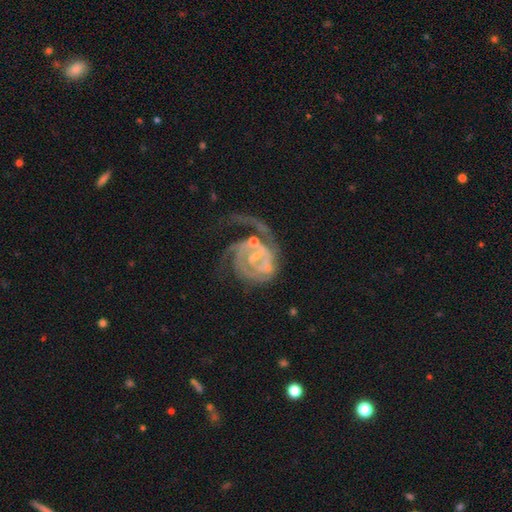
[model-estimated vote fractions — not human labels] This is clearly a featured or disk galaxy (87%). It is clearly not viewed edge-on (98%). Bar: marginally no (44%). Spiral arm pattern: clearly yes (92%). Spiral arm count: marginally 2 (34%). Spiral winding: possibly tight (55%). Central bulge: possibly small (54%). Merging: marginally major disturbance (42%).